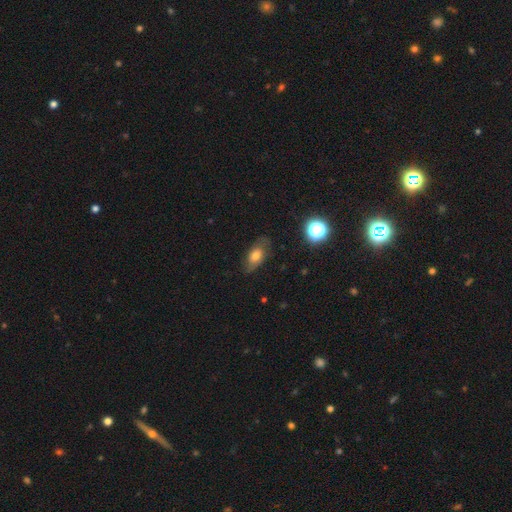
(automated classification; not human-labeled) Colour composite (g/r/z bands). It shows a smooth galaxy with no disk features (60%) that is in between round and cigar-shaped (84%). Merging: none (71%).